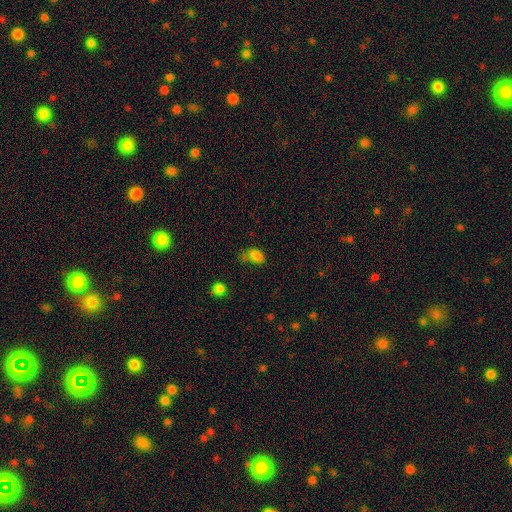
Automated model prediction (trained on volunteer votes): A smooth galaxy with no disk features (80%) that is in between round and cigar-shaped (84%).

Vote fractions:
- Smooth or featured? smooth: 80% / star or artifact: 13% / featured or disk: 7%
- How rounded? in between: 84% / round: 14% / cigar-shaped: 2%
- Merging? none: 40% / minor disturbance: 32% / major disturbance: 17% / merger: 11%